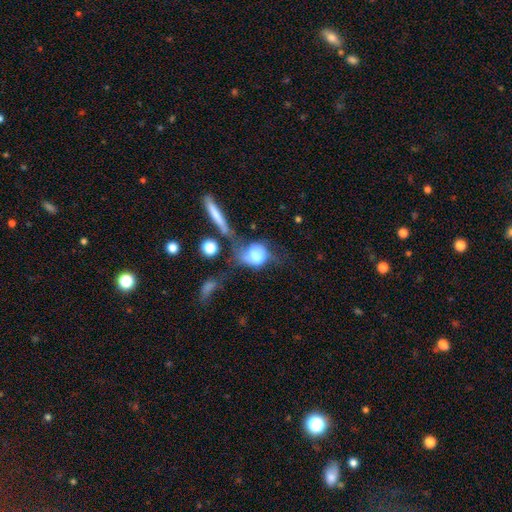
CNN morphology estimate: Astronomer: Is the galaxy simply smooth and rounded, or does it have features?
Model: smooth — 58%.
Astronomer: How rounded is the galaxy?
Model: in between — 49% (runner-up: round, 47%).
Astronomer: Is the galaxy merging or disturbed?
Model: major disturbance — 32% (runner-up: merger, 29%).